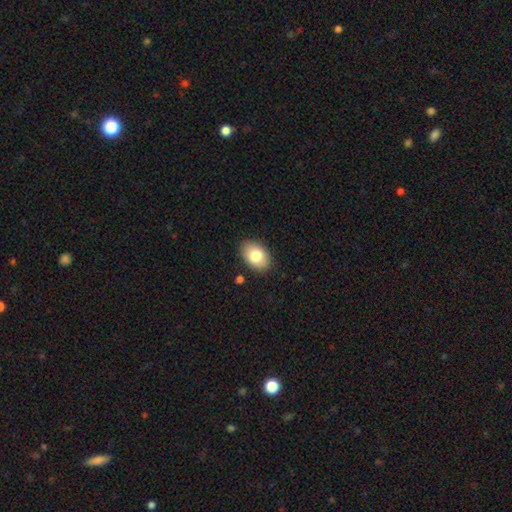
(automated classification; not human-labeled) Morphology: type=smooth (80%); roundness=in between (84%); merging=none (87%).